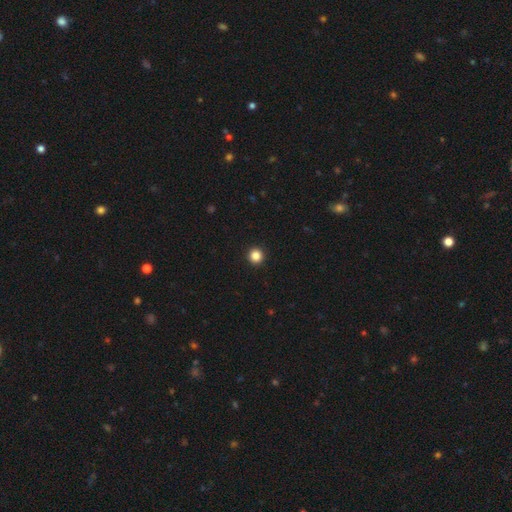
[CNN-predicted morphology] Overall: smooth (85%). How rounded: round (96%). Merging: none (94%).